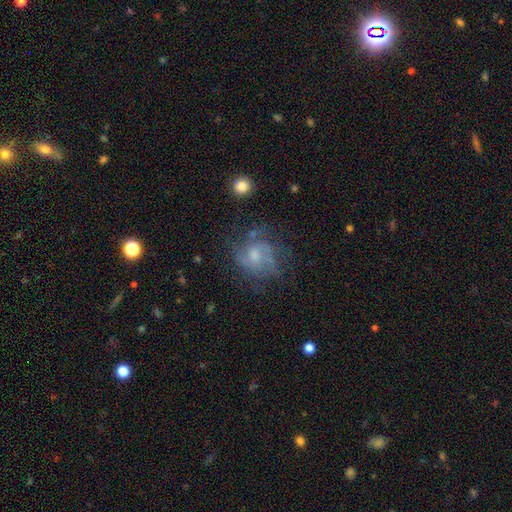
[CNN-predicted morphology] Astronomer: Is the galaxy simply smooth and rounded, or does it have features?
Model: featured or disk — 59%.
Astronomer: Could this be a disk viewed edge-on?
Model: no — 98%.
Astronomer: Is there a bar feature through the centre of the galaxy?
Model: no — 70%.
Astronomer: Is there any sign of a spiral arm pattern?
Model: yes — 72%.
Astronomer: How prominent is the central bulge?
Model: moderate — 46% (runner-up: small, 35%).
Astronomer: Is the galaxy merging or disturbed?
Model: none — 53%.